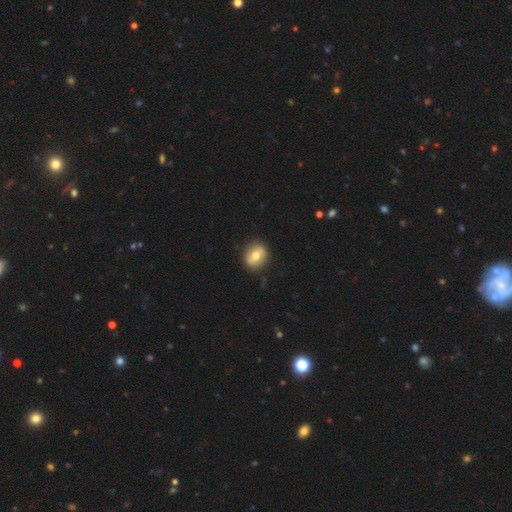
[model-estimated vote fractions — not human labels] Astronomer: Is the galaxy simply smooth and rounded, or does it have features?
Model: smooth — 60%.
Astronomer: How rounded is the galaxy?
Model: round — 70%.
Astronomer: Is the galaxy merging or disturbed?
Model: none — 87%.